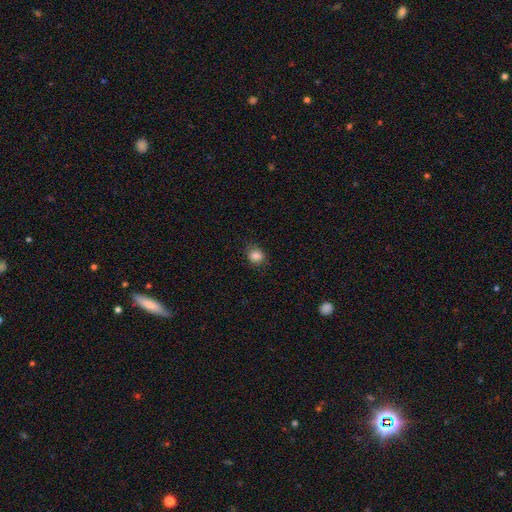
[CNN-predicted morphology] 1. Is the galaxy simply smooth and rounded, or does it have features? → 85% smooth, 10% star or artifact, 5% featured or disk.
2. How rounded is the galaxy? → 68% round, 31% in between, 1% cigar-shaped.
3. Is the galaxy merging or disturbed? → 81% none, 14% minor disturbance, 4% major disturbance, 1% merger.